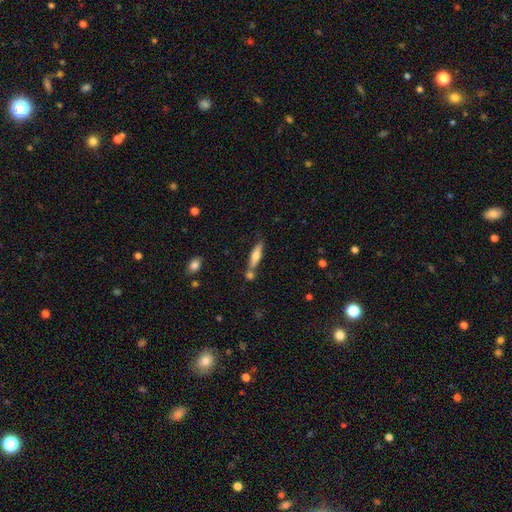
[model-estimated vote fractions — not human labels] This appears to be a smooth galaxy with no disk features (54%) that is cigar-shaped (75%). Merging: none (64%).